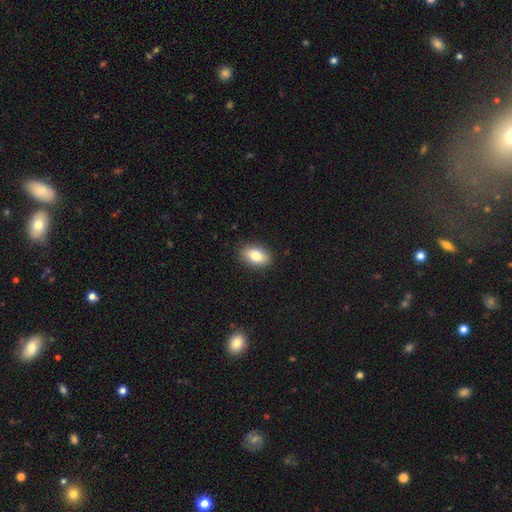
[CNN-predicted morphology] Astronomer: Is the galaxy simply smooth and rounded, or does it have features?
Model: smooth — 81%.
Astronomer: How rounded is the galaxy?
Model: in between — 86%.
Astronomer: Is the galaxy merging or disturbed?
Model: none — 89%.